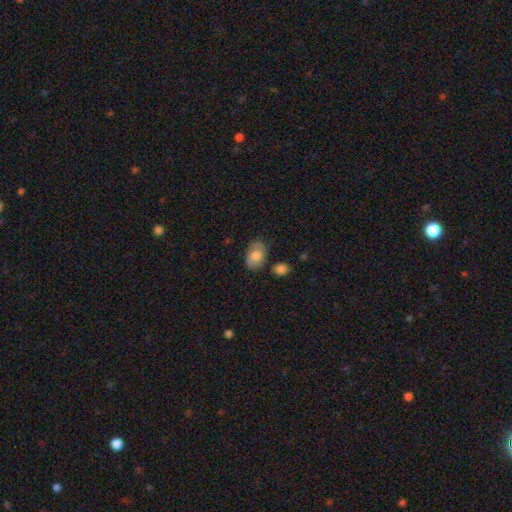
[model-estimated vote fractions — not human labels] This appears to be a smooth galaxy with no disk features (66%) that is in between round and cigar-shaped (85%). Merging: none (72%).